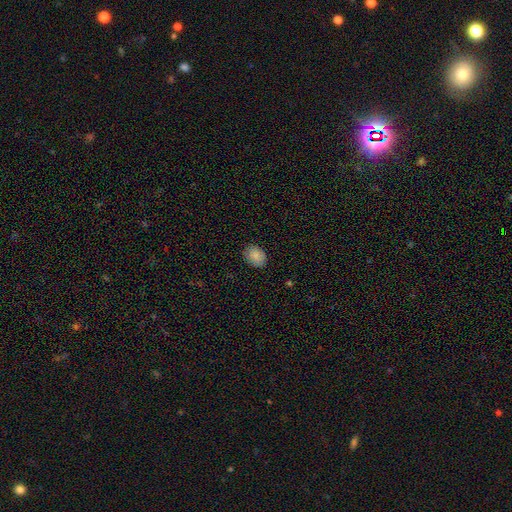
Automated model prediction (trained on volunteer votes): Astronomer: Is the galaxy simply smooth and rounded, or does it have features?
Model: smooth — 87%.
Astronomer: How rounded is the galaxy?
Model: in between — 67%.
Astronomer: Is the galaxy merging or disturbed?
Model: none — 87%.